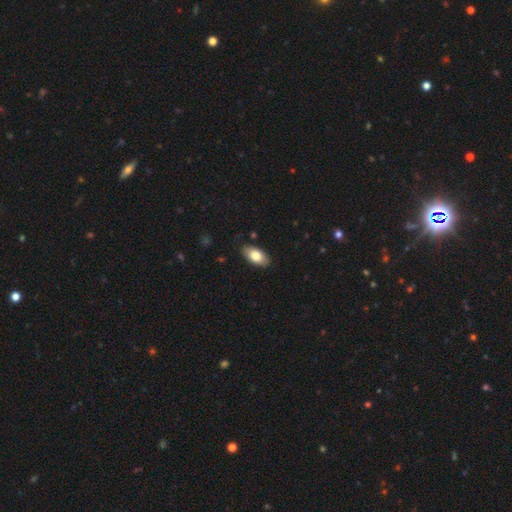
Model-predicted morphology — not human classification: A smooth galaxy with no disk features (80%) that is in between round and cigar-shaped (94%). Merging: none (86%).